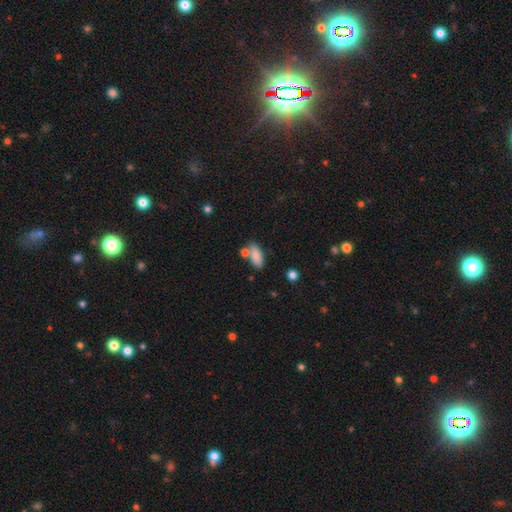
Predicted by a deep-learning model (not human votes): The model was most divided on "merging": none: 63%, merger: 17%, minor disturbance: 16%, major disturbance: 4%. More confident: smooth or featured — smooth (84%); how rounded — in between (83%).